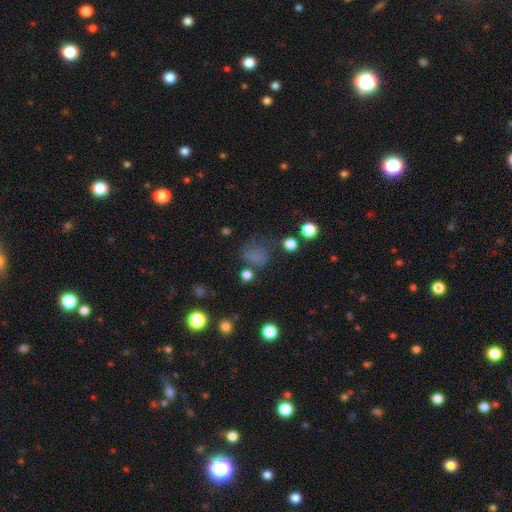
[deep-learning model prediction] Smooth or featured?
  - smooth: 66% *
  - star or artifact: 23%
  - featured or disk: 12%
How rounded?
  - round: 68% *
  - in between: 31%
  - cigar-shaped: 1%
Merging?
  - none: 53% *
  - minor disturbance: 22%
  - major disturbance: 19%
  - merger: 6%